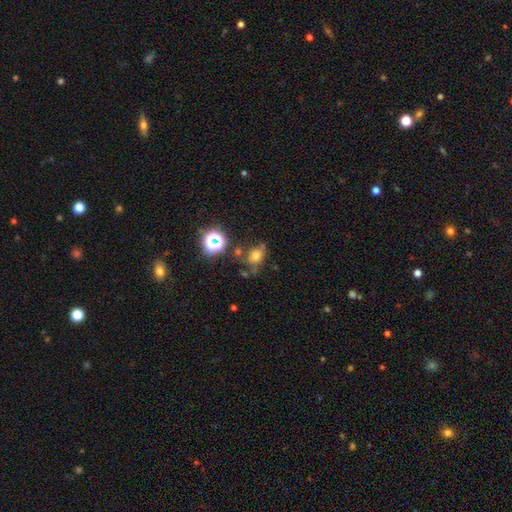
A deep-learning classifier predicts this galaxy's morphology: The model was most divided on "how rounded" (2-way tie): in between: 49%, round: 49%, cigar-shaped: 2%. More confident: smooth or featured — smooth (66%); merging — none (59%).